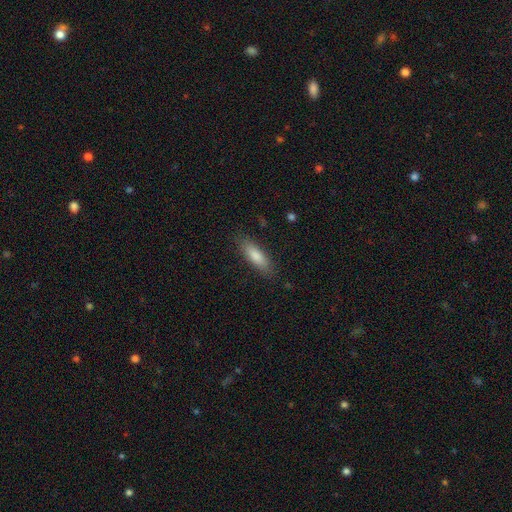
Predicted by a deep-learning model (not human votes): Smooth or featured: smooth — 81% (featured or disk — 13%)
How rounded: cigar-shaped — 54% (in between — 45%)
Merging: none — 85% (minor disturbance — 11%)